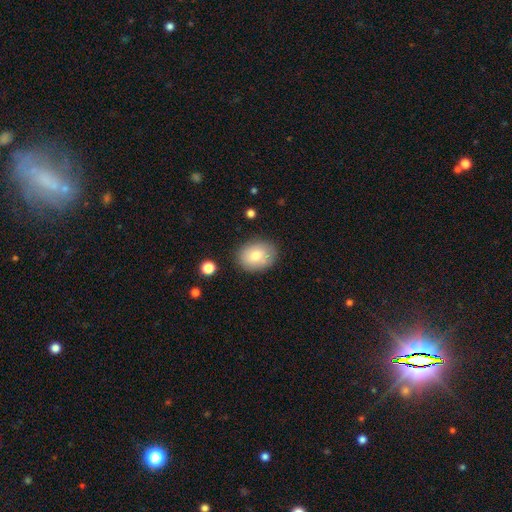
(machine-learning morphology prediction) type=smooth (80%); roundness=in between (64%); merging=none (81%).